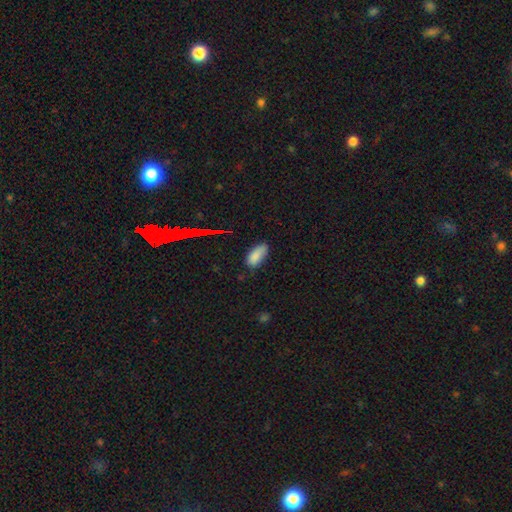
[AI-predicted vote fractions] Smooth or featured? smooth (85%)
How rounded? in between (89%)
Merging? none (62%)